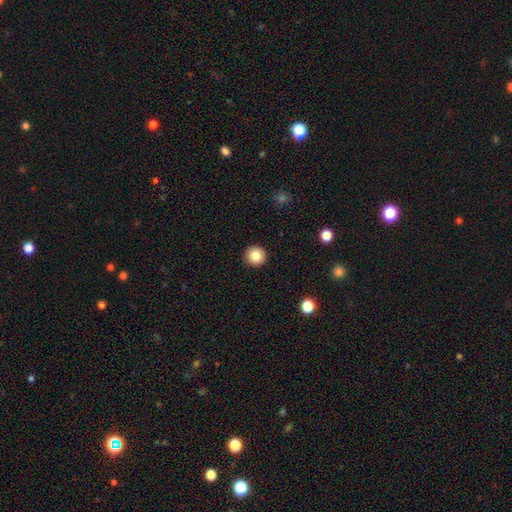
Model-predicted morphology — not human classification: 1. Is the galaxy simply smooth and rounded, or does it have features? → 83% smooth, 10% star or artifact, 7% featured or disk.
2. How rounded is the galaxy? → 96% round, 3% in between, 1% cigar-shaped.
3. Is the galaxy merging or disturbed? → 93% none, 4% minor disturbance, 1% major disturbance, 1% merger.